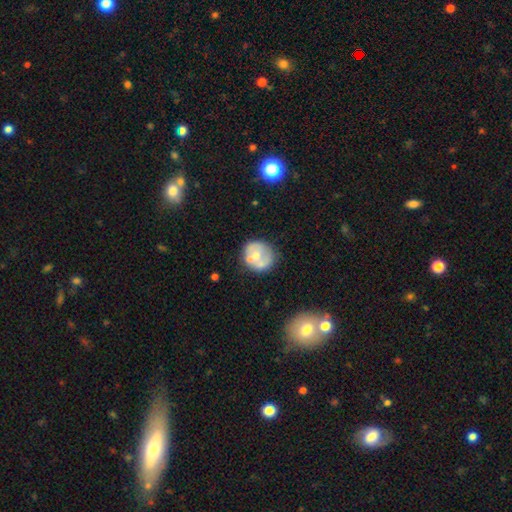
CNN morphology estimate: smooth_or_featured: smooth (p=0.51) [alt: featured or disk p=0.41]
how_rounded: round (p=0.82) [alt: in between p=0.17]
merging: none (p=0.53) [alt: merger p=0.21]